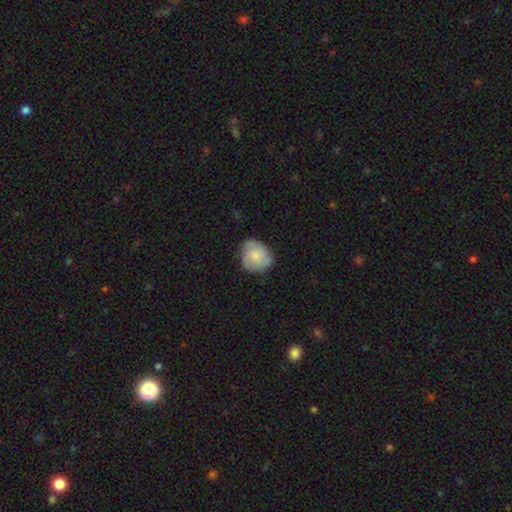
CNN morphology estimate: The model was most divided on "smooth or featured": smooth: 58%, featured or disk: 35%, star or artifact: 7%. More confident: how rounded — round (73%); merging — none (67%).